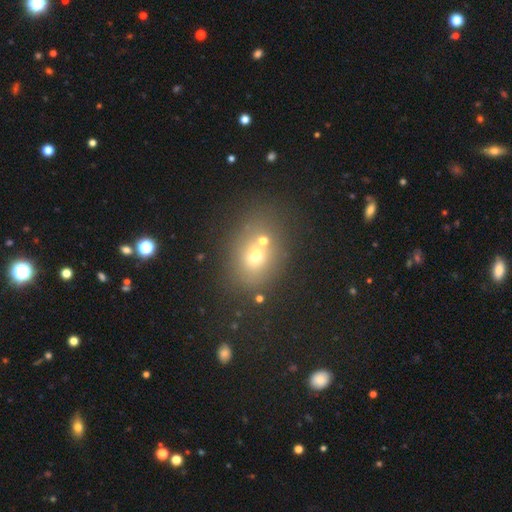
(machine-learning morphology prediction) This is likely a smooth galaxy (62%). How rounded: possibly in between (50%). Merging: possibly none (55%).